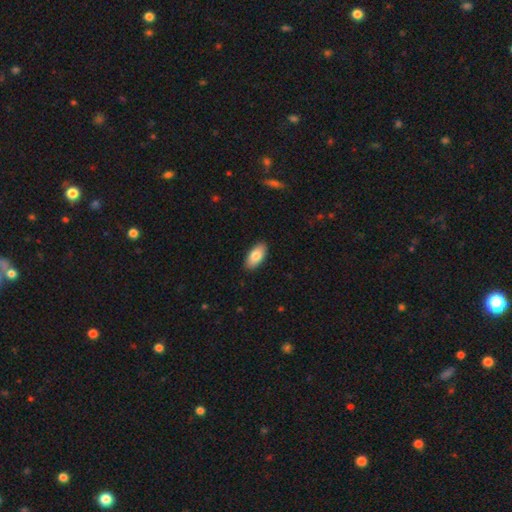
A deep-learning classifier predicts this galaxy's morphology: Smooth or featured?
  - smooth: 83% *
  - featured or disk: 11%
  - star or artifact: 6%
How rounded?
  - in between: 93% *
  - cigar-shaped: 5%
  - round: 2%
Merging?
  - none: 90% *
  - minor disturbance: 8%
  - major disturbance: 2%
  - merger: 1%